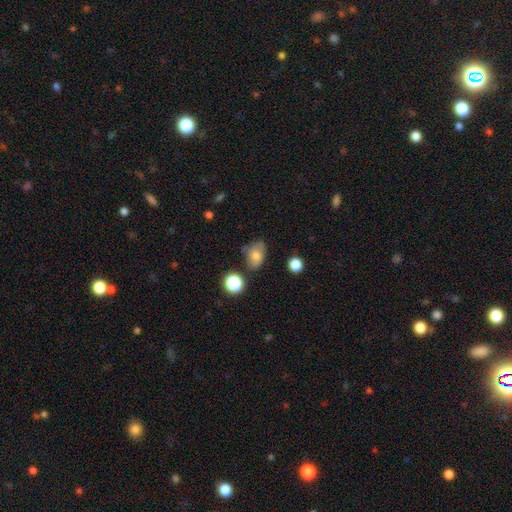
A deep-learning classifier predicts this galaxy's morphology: Smooth or featured: smooth — 74% (featured or disk — 14%)
How rounded: in between — 80% (round — 19%)
Merging: none — 62% (minor disturbance — 25%)